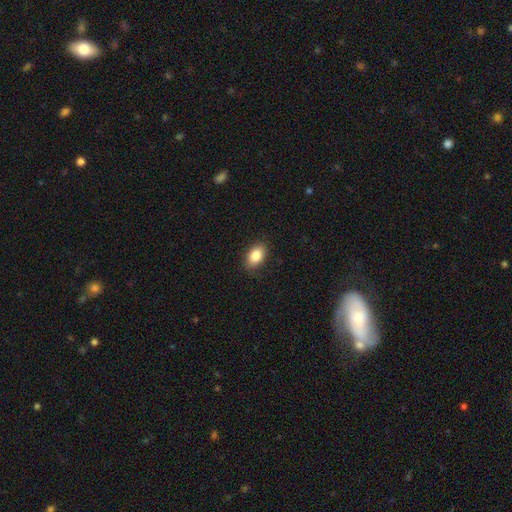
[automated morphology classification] Overall: smooth (86%). How rounded: in between (88%). Merging: none (87%).